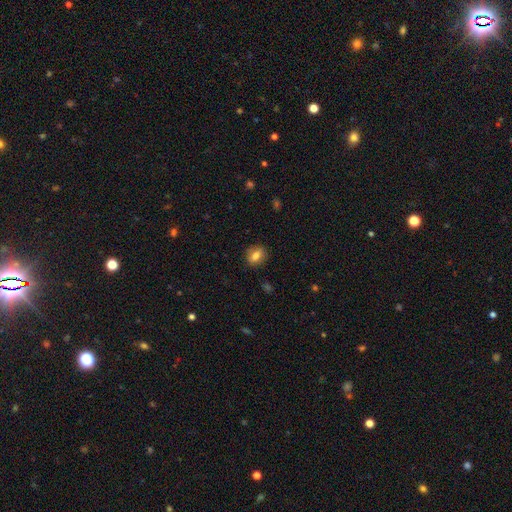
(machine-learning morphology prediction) Overall: smooth (78%). How rounded: in between (61%; round 36%). Merging: none (84%).